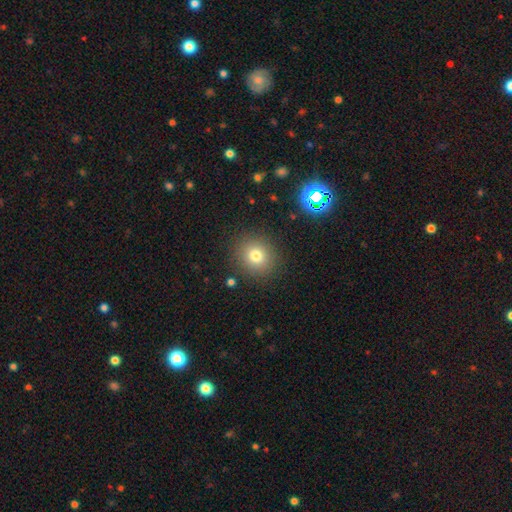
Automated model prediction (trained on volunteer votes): Smooth or featured?
  - smooth: 77% *
  - star or artifact: 14%
  - featured or disk: 9%
How rounded?
  - round: 87% *
  - in between: 12%
  - cigar-shaped: 1%
Merging?
  - none: 88% *
  - minor disturbance: 7%
  - major disturbance: 3%
  - merger: 2%